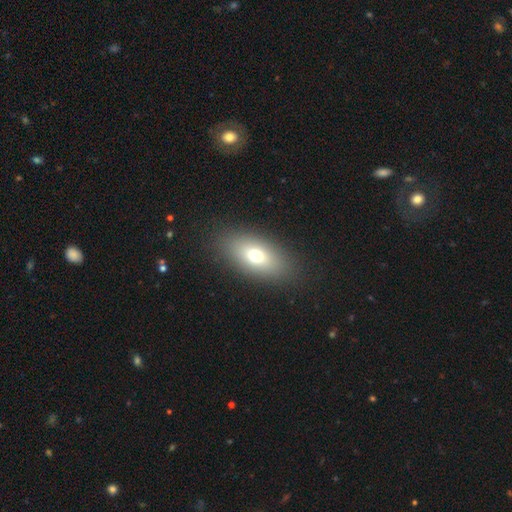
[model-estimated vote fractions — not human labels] A smooth galaxy with no disk features (70%) that is in between round and cigar-shaped (86%).

Vote fractions:
- Smooth or featured? smooth: 70% / featured or disk: 18% / star or artifact: 12%
- How rounded? in between: 86% / round: 9% / cigar-shaped: 5%
- Merging? none: 86% / minor disturbance: 9% / major disturbance: 4% / merger: 1%